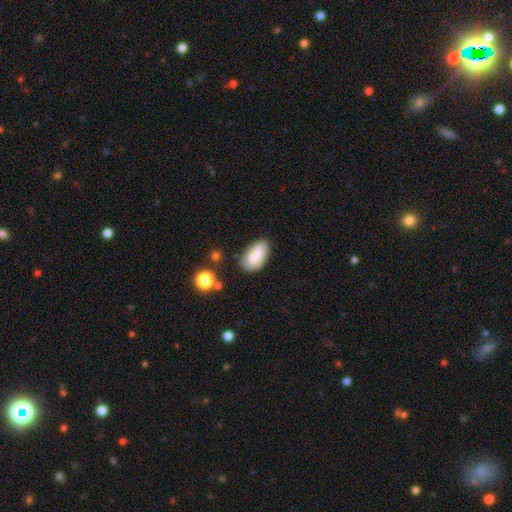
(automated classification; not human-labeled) This is clearly a smooth galaxy (80%). How rounded: clearly in between (93%). Merging: likely none (71%).